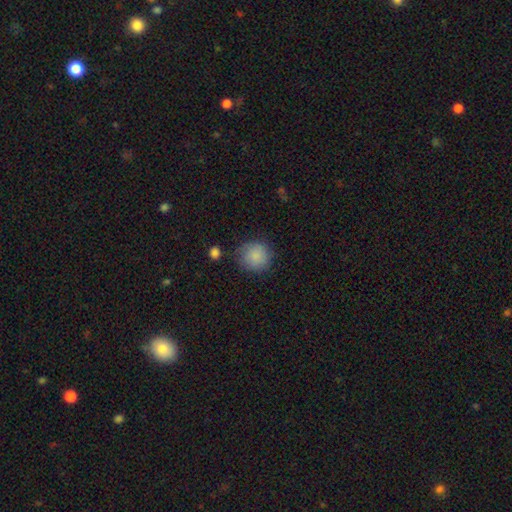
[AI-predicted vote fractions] Smooth or featured: smooth — 87% (star or artifact — 8%)
How rounded: round — 91% (in between — 8%)
Merging: none — 76% (minor disturbance — 16%)